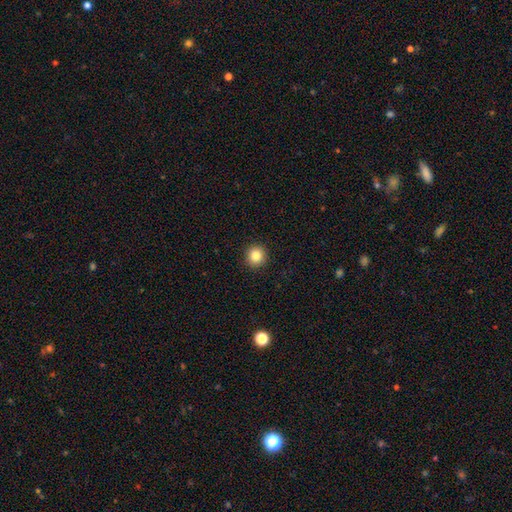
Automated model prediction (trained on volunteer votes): This is clearly a smooth galaxy (84%). How rounded: clearly round (93%). Merging: clearly none (93%).